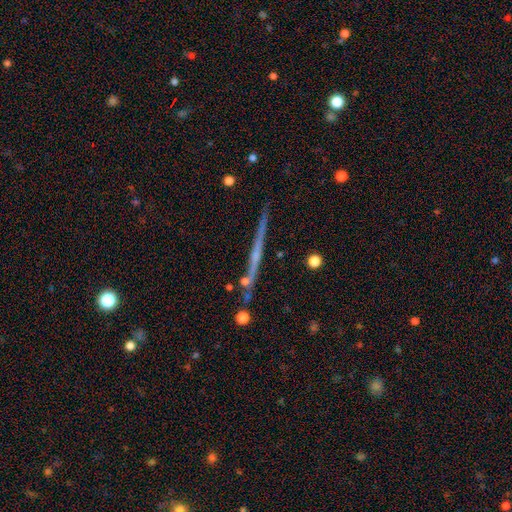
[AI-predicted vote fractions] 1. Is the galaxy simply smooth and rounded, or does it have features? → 70% featured or disk, 20% smooth, 9% star or artifact.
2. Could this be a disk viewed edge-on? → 98% yes, 2% no.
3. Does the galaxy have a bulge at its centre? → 58% none, 35% rounded, 7% boxy.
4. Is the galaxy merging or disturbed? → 87% none, 8% minor disturbance, 3% merger, 2% major disturbance.